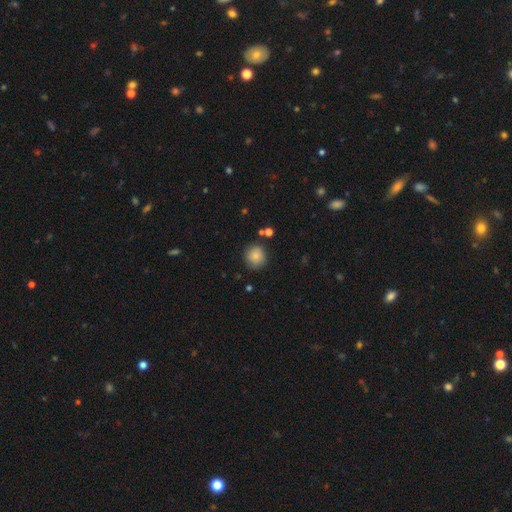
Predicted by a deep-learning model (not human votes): Smooth or featured?
  - smooth: 83% *
  - star or artifact: 9%
  - featured or disk: 8%
How rounded?
  - round: 90% *
  - in between: 9%
  - cigar-shaped: 1%
Merging?
  - none: 81% *
  - minor disturbance: 13%
  - merger: 3%
  - major disturbance: 3%